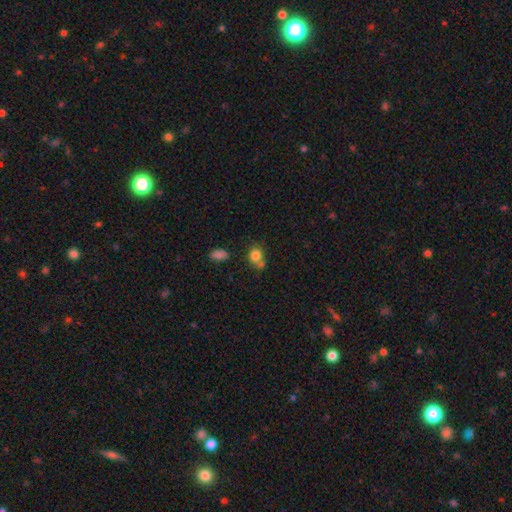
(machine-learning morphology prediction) Smooth or featured? Predicted: smooth (p=0.80). How rounded? Predicted: round (p=0.63). Merging? Predicted: none (p=0.47).